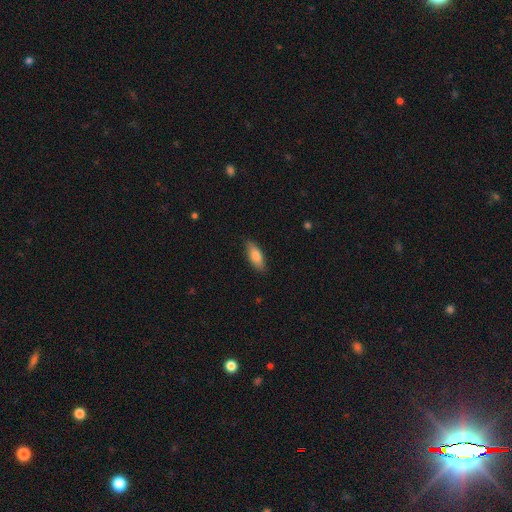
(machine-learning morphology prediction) A smooth galaxy with no disk features (81%) that is in between round and cigar-shaped (75%). Merging: none (85%).